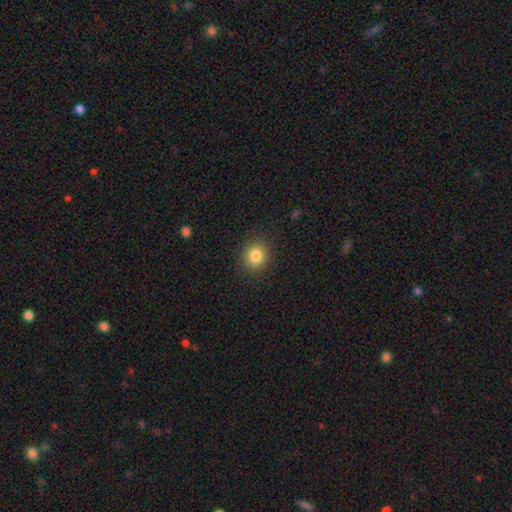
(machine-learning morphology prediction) Q: Smooth or featured?
A: smooth (85%); runner-up: star or artifact (10%)
Q: How rounded?
A: round (75%); runner-up: in between (24%)
Q: Merging?
A: none (89%); runner-up: minor disturbance (7%)